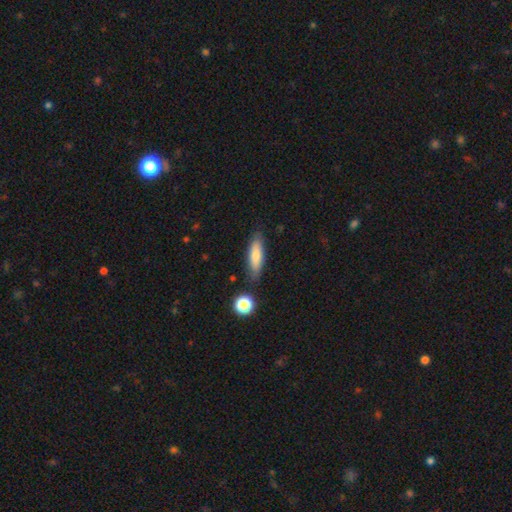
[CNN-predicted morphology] A smooth galaxy with no disk features (76%) that is cigar-shaped (52%).

Vote fractions:
- Smooth or featured? smooth: 76% / featured or disk: 17% / star or artifact: 7%
- How rounded? cigar-shaped: 52% / in between: 46% / round: 2%
- Merging? none: 79% / minor disturbance: 14% / merger: 4% / major disturbance: 3%